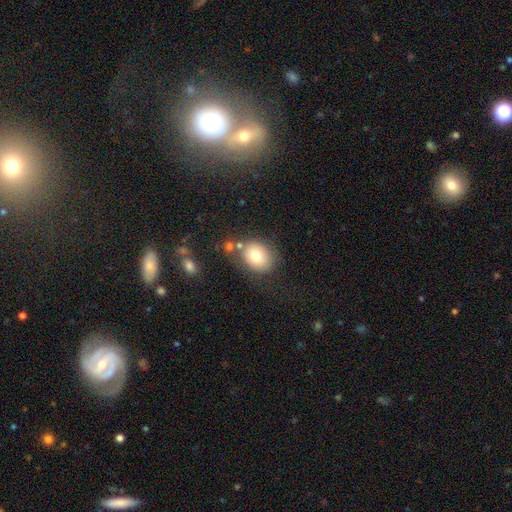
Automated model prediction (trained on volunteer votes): This is likely a smooth galaxy (76%). How rounded: possibly round (50%). Merging: likely none (69%).